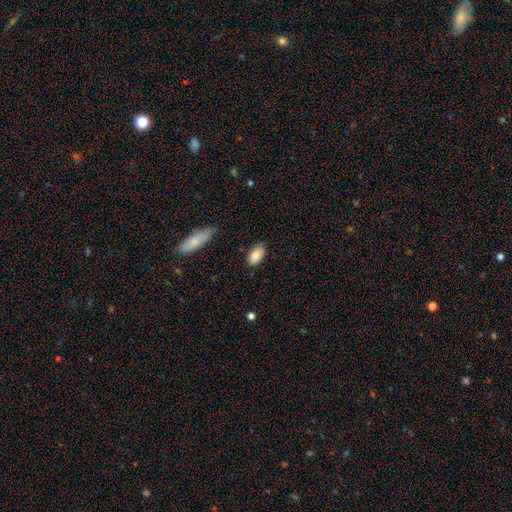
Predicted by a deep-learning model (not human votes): Smooth or featured? smooth (85%)
How rounded? in between (93%)
Merging? none (77%)